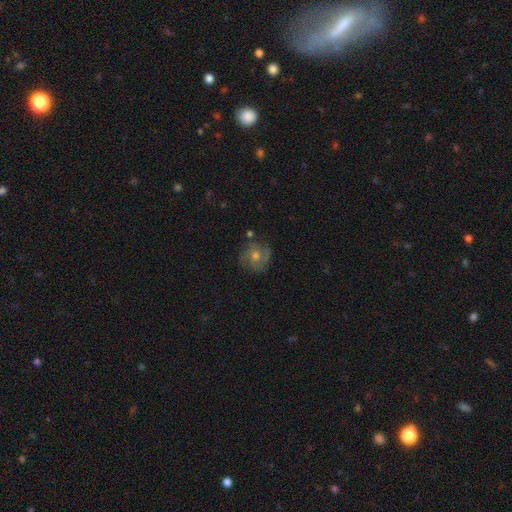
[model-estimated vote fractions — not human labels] Smooth or featured: featured or disk — 60% (smooth — 28%)
Edge-on disk: no — 97% (yes — 3%)
Bar: no — 75% (weak — 21%)
Spiral arms: yes — 82% (no — 18%)
Bulge size: moderate — 67% (small — 26%)
Merging: none — 75% (minor disturbance — 16%)